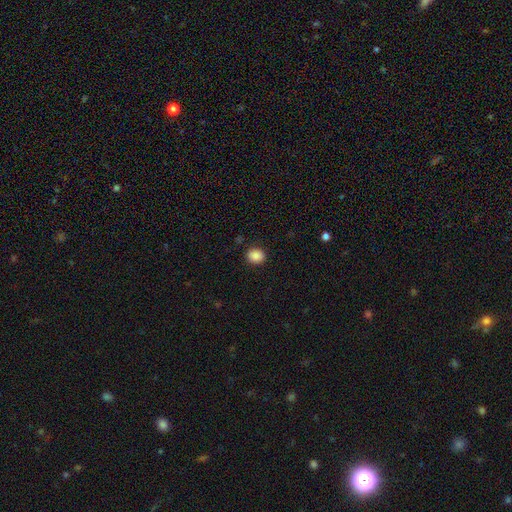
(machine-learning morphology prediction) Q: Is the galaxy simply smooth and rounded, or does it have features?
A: smooth — 87%.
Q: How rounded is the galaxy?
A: round — 70%.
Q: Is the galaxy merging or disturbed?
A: none — 89%.